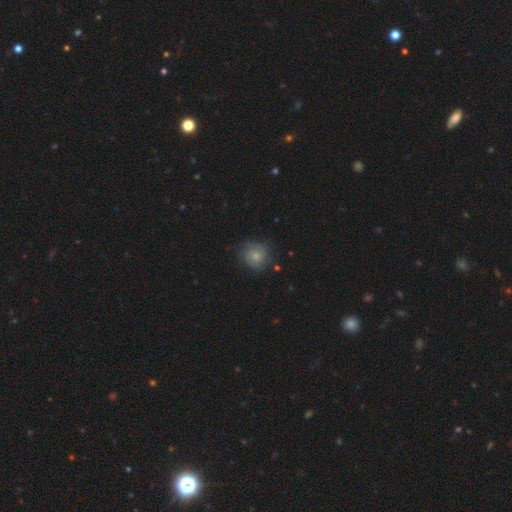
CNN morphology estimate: smooth 66%, featured or disk 25%, star or artifact 9%. Down the decision tree: how rounded — round (87%); merging — none (72%).